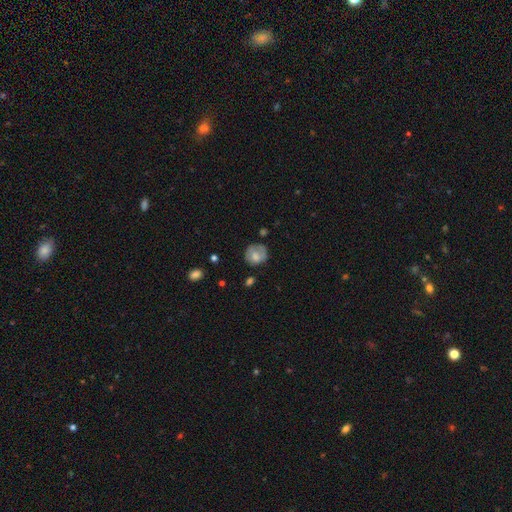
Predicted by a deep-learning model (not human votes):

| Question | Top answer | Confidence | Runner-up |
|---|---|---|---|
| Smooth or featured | smooth | 65% | featured or disk (27%) |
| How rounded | round | 79% | in between (20%) |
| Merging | none | 58% | minor disturbance (27%) |